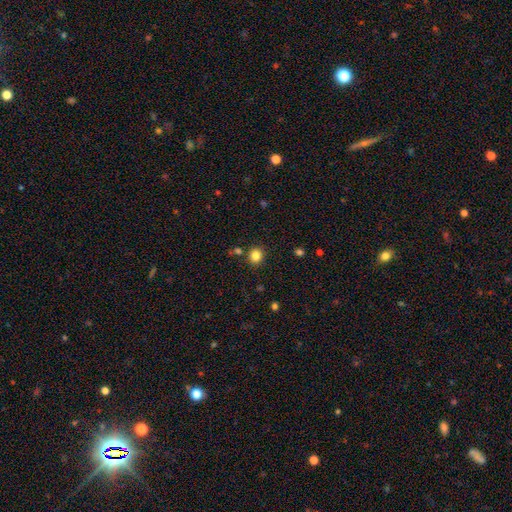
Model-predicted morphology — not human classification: smooth_or_featured: smooth (p=0.82) [alt: star or artifact p=0.13]
how_rounded: round (p=0.81) [alt: in between p=0.18]
merging: none (p=0.85) [alt: minor disturbance p=0.08]